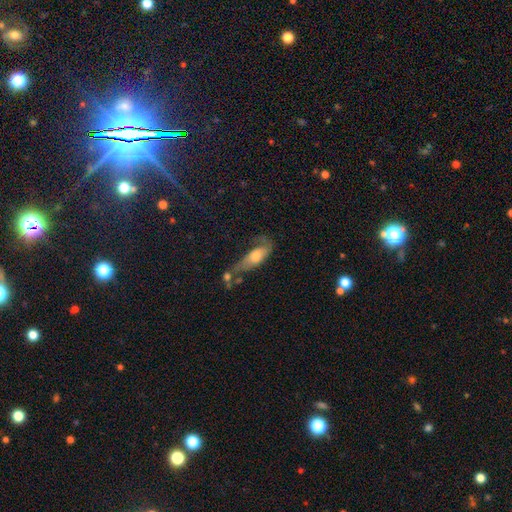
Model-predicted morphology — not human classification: smooth-or-featured: smooth: 46% | featured or disk: 45% | star or artifact: 9%
  merging: major disturbance: 35% | none: 26% | minor disturbance: 24% | merger: 15%